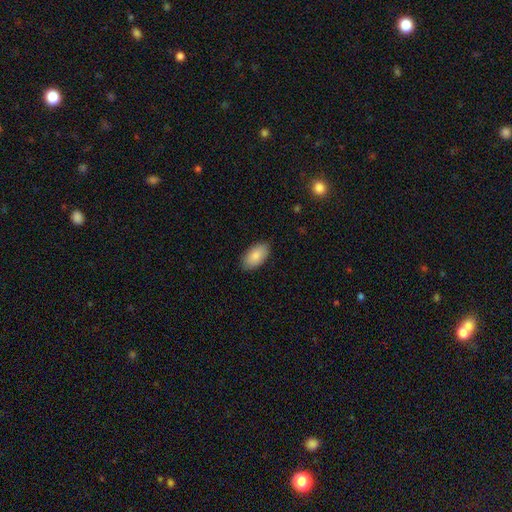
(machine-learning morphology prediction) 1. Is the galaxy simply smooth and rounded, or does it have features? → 87% smooth, 7% featured or disk, 6% star or artifact.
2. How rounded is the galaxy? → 95% in between, 3% round, 2% cigar-shaped.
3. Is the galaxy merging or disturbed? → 87% none, 10% minor disturbance, 2% major disturbance, 1% merger.